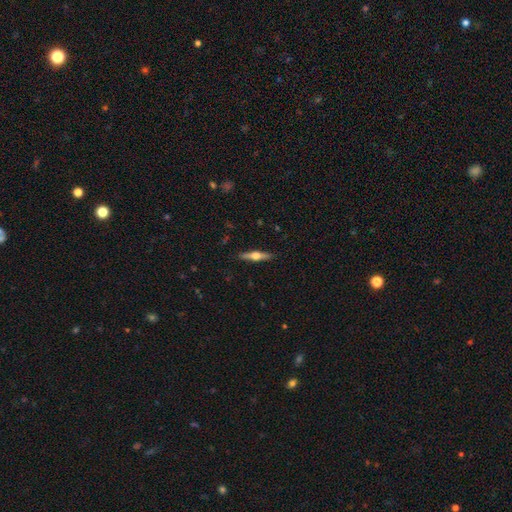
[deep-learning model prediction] Morphology: type=featured or disk (65%); edge-on=yes (97%); edge-on bulge=rounded (94%); merging=none (90%).